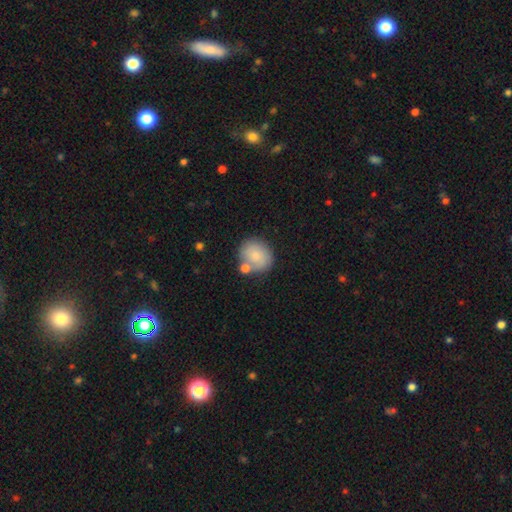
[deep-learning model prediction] Smooth or featured? Predicted: smooth (p=0.79). How rounded? Predicted: round (p=0.77). Merging? Predicted: none (p=0.62).